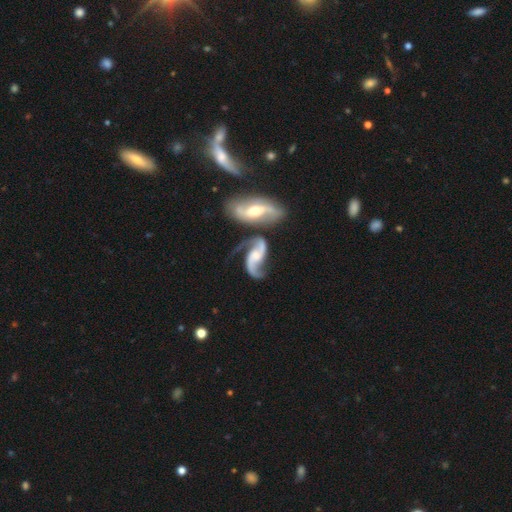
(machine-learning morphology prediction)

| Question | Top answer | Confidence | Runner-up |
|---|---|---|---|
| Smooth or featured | featured or disk | 91% | smooth (5%) |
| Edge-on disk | no | 97% | yes (3%) |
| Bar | no | 46% | weak (40%) |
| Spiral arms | yes | 97% | no (3%) |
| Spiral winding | loose | 66% | medium (28%) |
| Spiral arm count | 2 | 92% | 1 (2%) |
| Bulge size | moderate | 37% | small (34%) |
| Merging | none | 42% | merger (32%) |